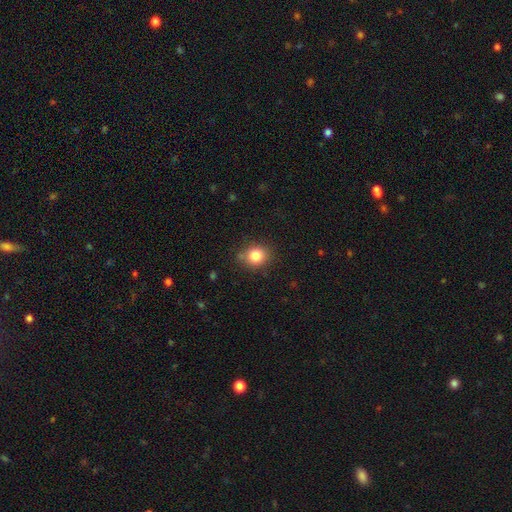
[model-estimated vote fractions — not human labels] The model was most divided on "how rounded": round: 75%, in between: 25%, cigar-shaped: 1%. More confident: smooth or featured — smooth (82%); merging — none (81%).